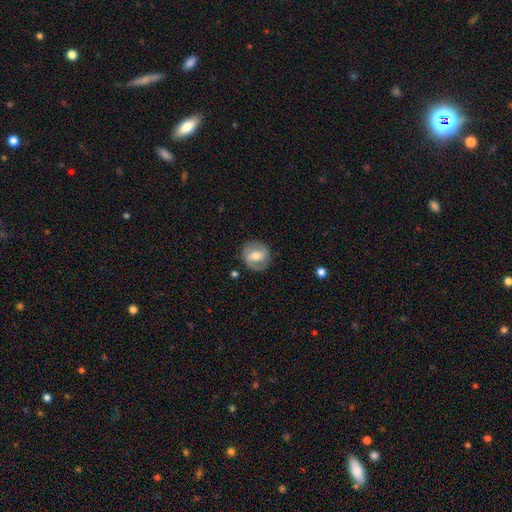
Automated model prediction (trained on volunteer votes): A featured or disk galaxy (54%) with a weak bar (44%), spiral arms (67%) and a moderate central bulge (66%).

Vote fractions:
- Smooth or featured? featured or disk: 54% / smooth: 40% / star or artifact: 7%
- Edge-on disk? no: 96% / yes: 4%
- Bar? weak: 44% / strong: 30% / no: 26%
- Spiral arms? yes: 67% / no: 33%
- Bulge size? moderate: 66% / small: 26% / large: 5% / none: 2% / dominant: 1%
- Merging? none: 81% / minor disturbance: 13% / major disturbance: 5% / merger: 2%